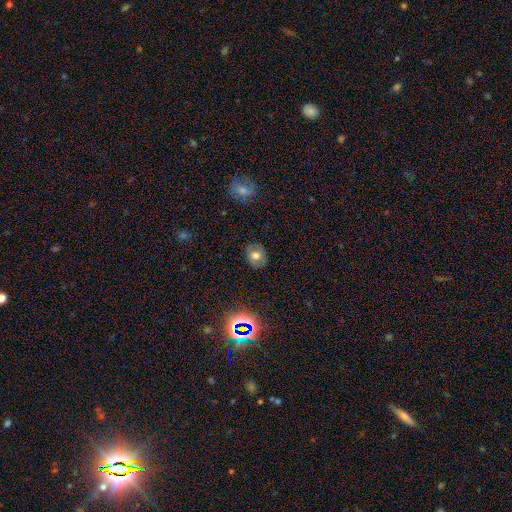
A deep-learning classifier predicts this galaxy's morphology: type=smooth (63%); roundness=round (63%); merging=none (83%).